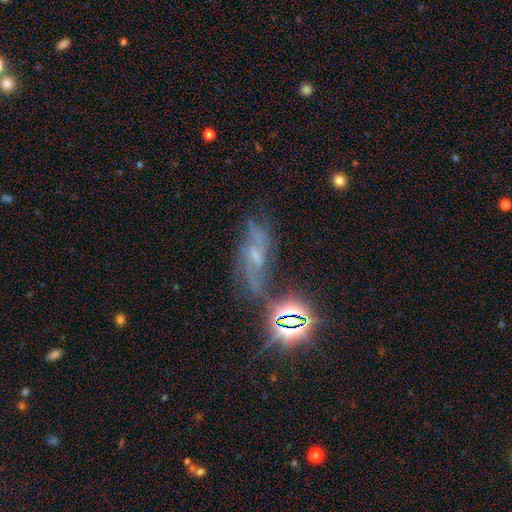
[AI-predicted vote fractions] Smooth or featured: featured or disk — 57% (star or artifact — 29%)
Edge-on disk: no — 85% (yes — 15%)
Merging: none — 51% (minor disturbance — 20%)